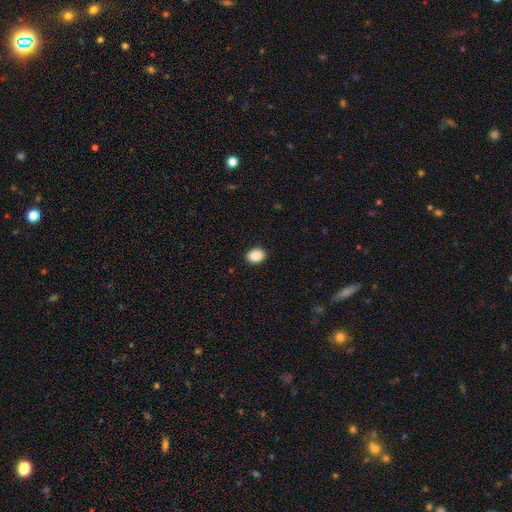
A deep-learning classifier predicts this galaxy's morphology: A smooth galaxy with no disk features (90%) that is in between round and cigar-shaped (60%).

Vote fractions:
- Smooth or featured? smooth: 90% / star or artifact: 8% / featured or disk: 3%
- How rounded? in between: 60% / round: 39% / cigar-shaped: 1%
- Merging? none: 91% / minor disturbance: 6% / major disturbance: 2% / merger: 1%